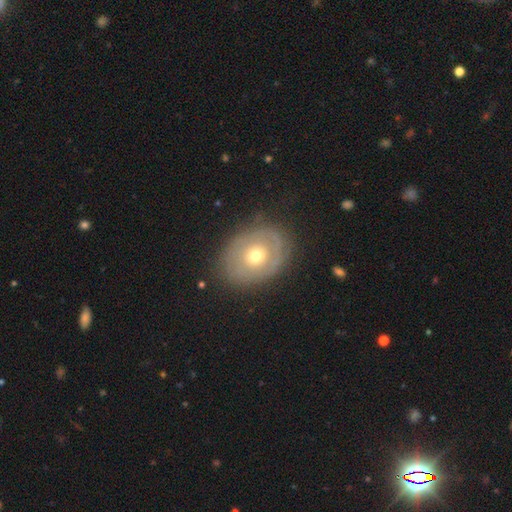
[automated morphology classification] Smooth or featured: featured or disk — 53% (smooth — 39%)
Edge-on disk: no — 93% (yes — 7%)
Merging: none — 78% (minor disturbance — 15%)